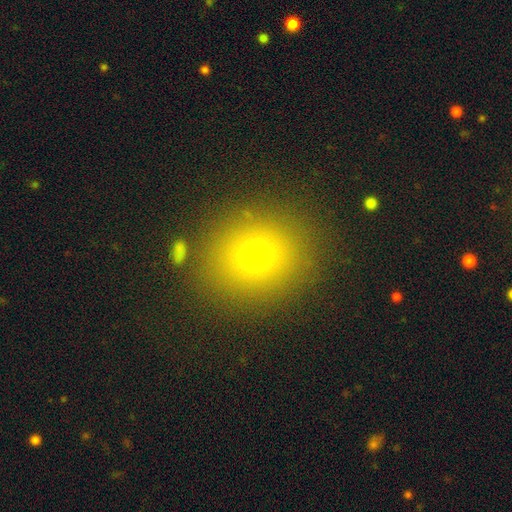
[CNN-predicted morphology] Smooth or featured: smooth — 69% (star or artifact — 19%)
How rounded: round — 75% (in between — 24%)
Merging: none — 86% (minor disturbance — 8%)